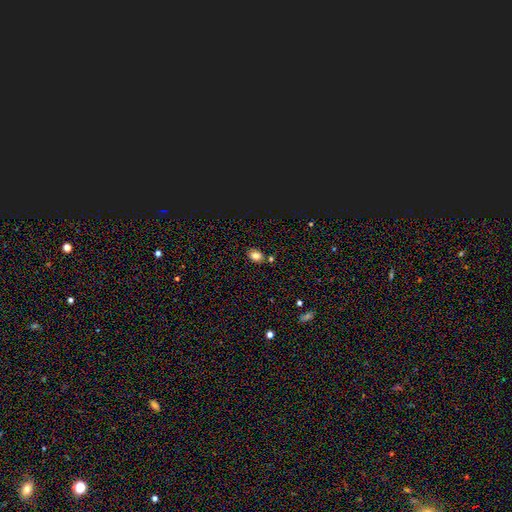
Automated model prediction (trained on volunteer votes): smooth 79%, star or artifact 13%, featured or disk 7%. Down the decision tree: how rounded — in between (69%); merging — none (79%).